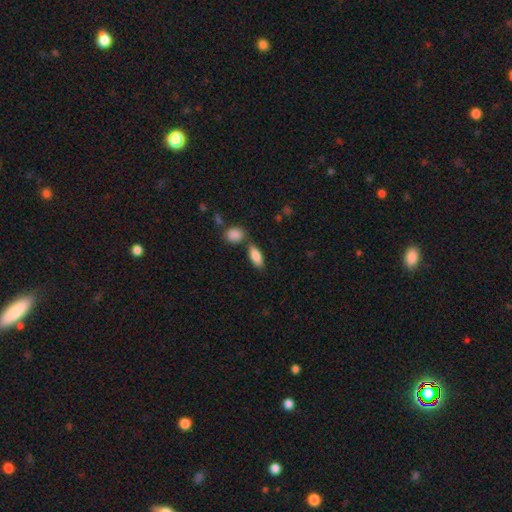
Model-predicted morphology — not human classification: Smooth or featured? Predicted: smooth (p=0.86). How rounded? Predicted: in between (p=0.79). Merging? Predicted: none (p=0.71).